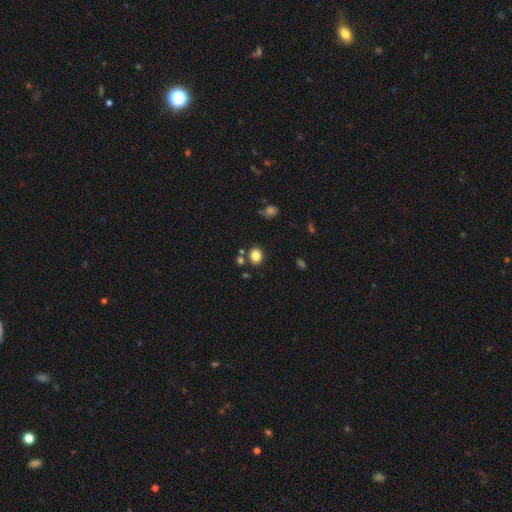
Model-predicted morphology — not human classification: This is clearly a smooth galaxy (83%). How rounded: likely round (60%). Merging: likely none (78%).